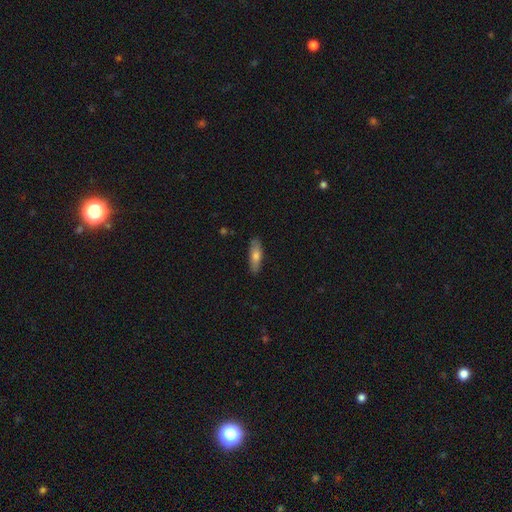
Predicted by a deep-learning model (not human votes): A smooth galaxy with no disk features (72%) that is cigar-shaped (50%). Merging: none (86%).